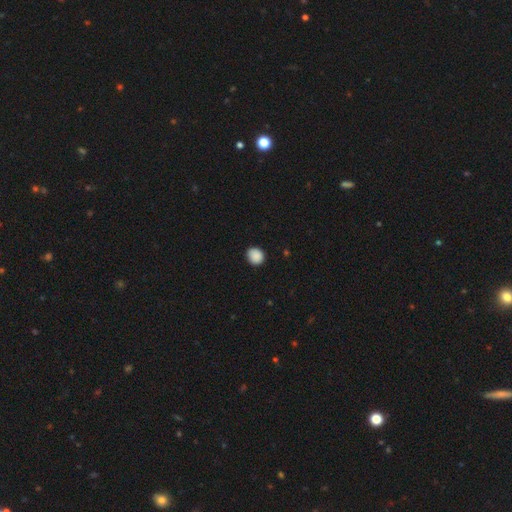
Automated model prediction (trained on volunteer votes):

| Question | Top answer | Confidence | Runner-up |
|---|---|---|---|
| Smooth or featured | smooth | 89% | star or artifact (9%) |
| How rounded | round | 80% | in between (19%) |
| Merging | none | 88% | minor disturbance (9%) |